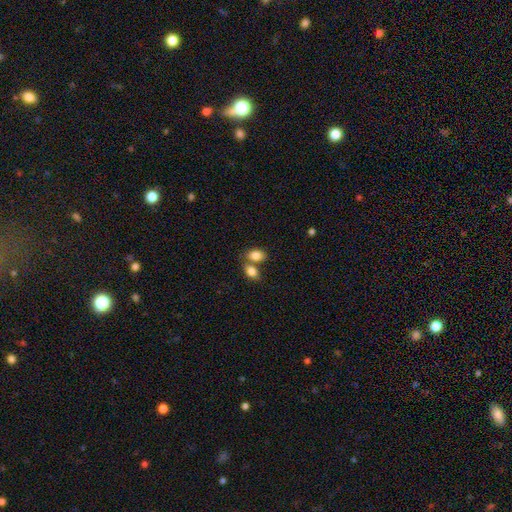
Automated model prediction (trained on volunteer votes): A smooth galaxy with no disk features (84%) that is in between round and cigar-shaped (84%). Merging: merger (44%).